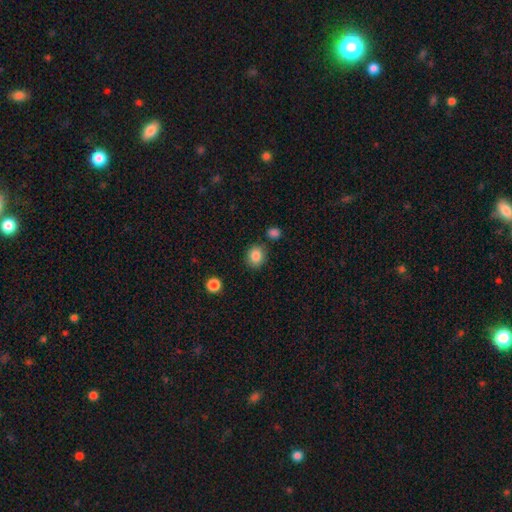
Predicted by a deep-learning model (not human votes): Smooth or featured?
  - smooth: 86% *
  - star or artifact: 9%
  - featured or disk: 5%
How rounded?
  - round: 72% *
  - in between: 27%
  - cigar-shaped: 1%
Merging?
  - none: 83% *
  - minor disturbance: 10%
  - merger: 5%
  - major disturbance: 3%